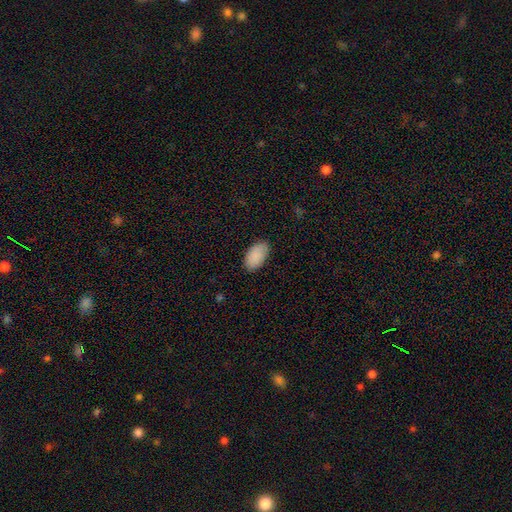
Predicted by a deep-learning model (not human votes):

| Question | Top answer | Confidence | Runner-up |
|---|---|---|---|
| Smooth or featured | smooth | 90% | star or artifact (6%) |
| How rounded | in between | 95% | round (3%) |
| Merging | none | 84% | minor disturbance (13%) |